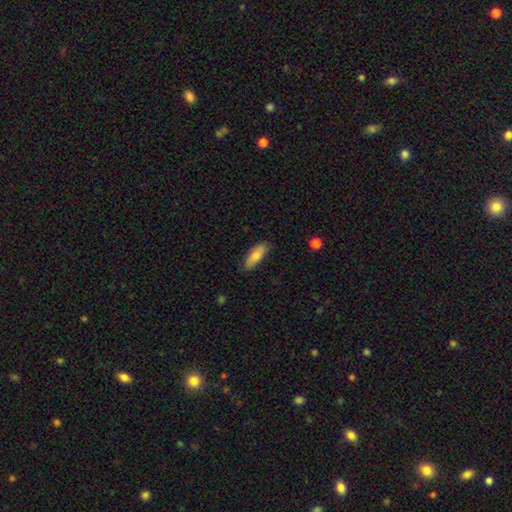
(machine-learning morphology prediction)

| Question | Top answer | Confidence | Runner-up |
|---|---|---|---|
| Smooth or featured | smooth | 75% | featured or disk (19%) |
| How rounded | in between | 70% | cigar-shaped (28%) |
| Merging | none | 84% | minor disturbance (13%) |